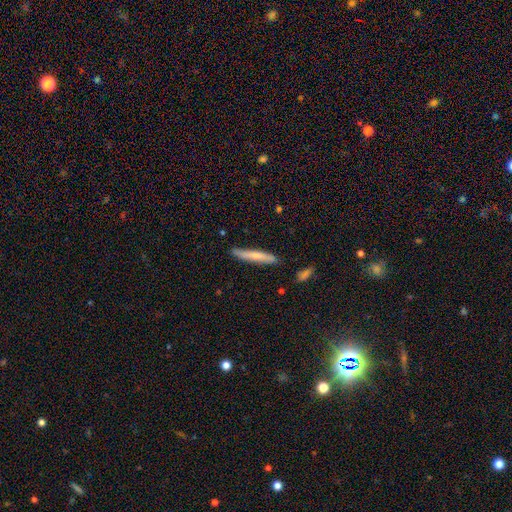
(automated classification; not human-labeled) This appears to be a smooth galaxy with no disk features (65%) that is cigar-shaped (94%). Merging: none (83%).